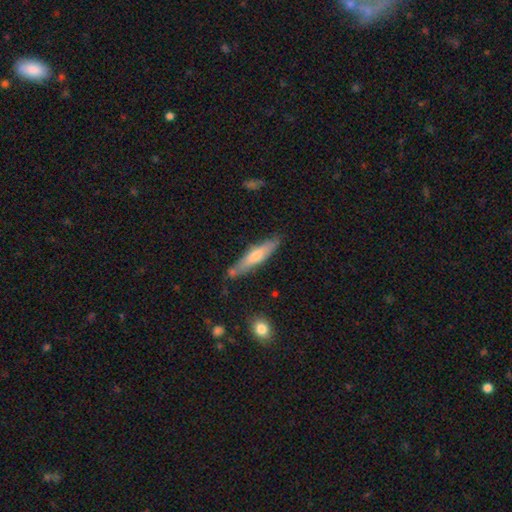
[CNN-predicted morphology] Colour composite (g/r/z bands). It shows a featured or disk galaxy (48%). Merging: none (81%).